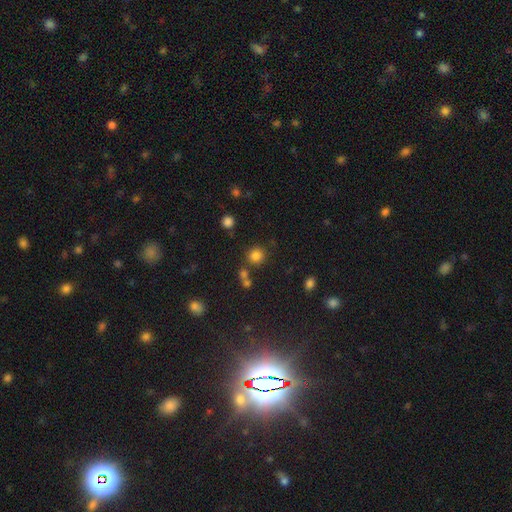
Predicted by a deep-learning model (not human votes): Smooth or featured? smooth (79%)
How rounded? round (89%)
Merging? none (77%)